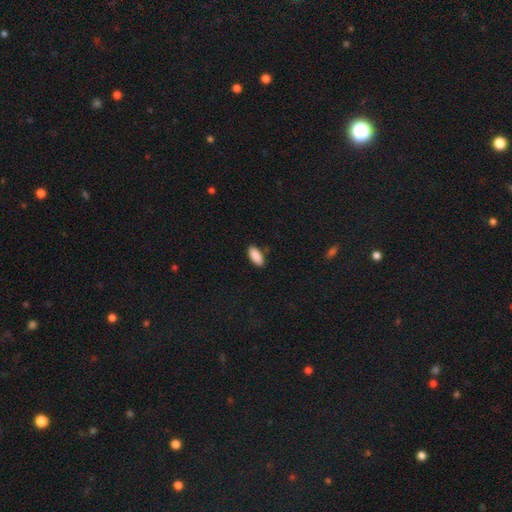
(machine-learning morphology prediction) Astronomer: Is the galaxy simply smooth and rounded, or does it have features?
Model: smooth — 90%.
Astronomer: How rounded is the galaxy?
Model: in between — 88%.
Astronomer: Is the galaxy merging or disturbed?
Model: none — 86%.